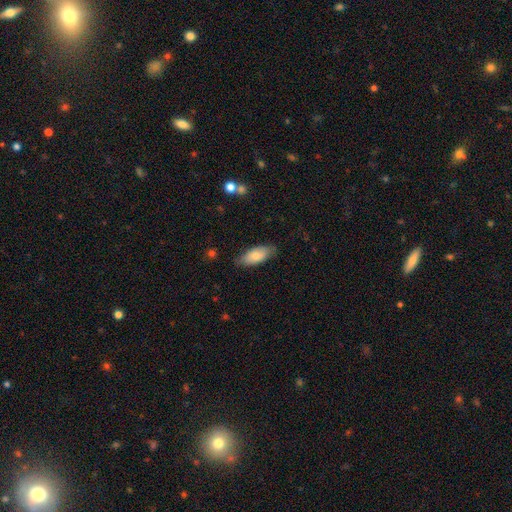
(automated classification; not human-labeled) Q: Smooth or featured?
A: smooth (76%); runner-up: featured or disk (18%)
Q: How rounded?
A: in between (84%); runner-up: cigar-shaped (14%)
Q: Merging?
A: none (79%); runner-up: minor disturbance (17%)